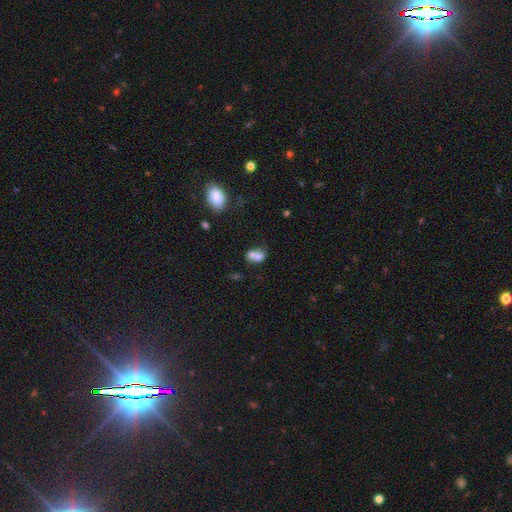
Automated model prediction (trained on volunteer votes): This appears to be a smooth galaxy with no disk features (69%) that is in between round and cigar-shaped (55%). Merging: merger (66%).